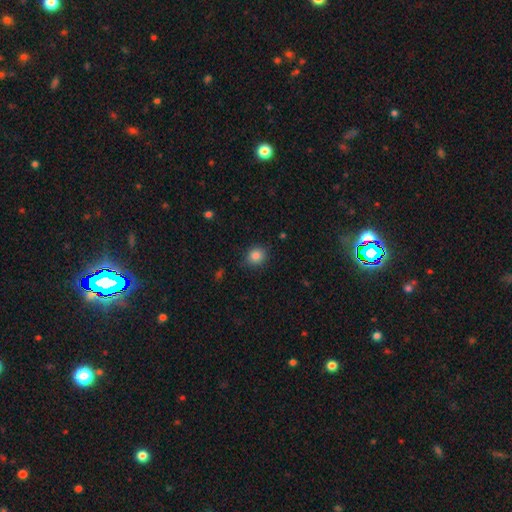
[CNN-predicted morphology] Q: Smooth or featured?
A: smooth (85%); runner-up: star or artifact (10%)
Q: How rounded?
A: round (82%); runner-up: in between (17%)
Q: Merging?
A: none (84%); runner-up: minor disturbance (12%)